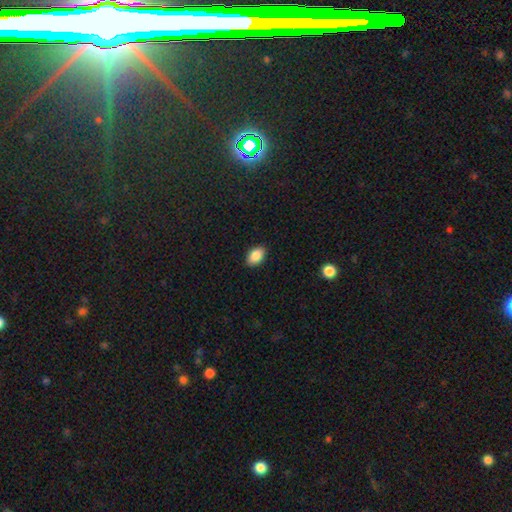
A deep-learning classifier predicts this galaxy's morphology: The model was most divided on "smooth or featured": smooth: 87%, star or artifact: 8%, featured or disk: 5%. More confident: how rounded — in between (89%); merging — none (88%).